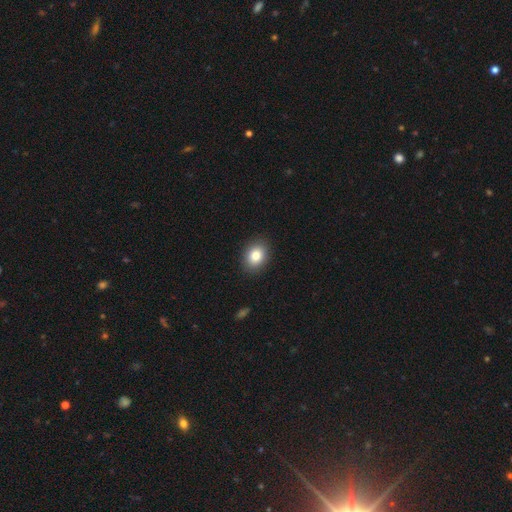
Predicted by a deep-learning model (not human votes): Morphology: type=smooth (83%); roundness=in between (56%); merging=none (90%).